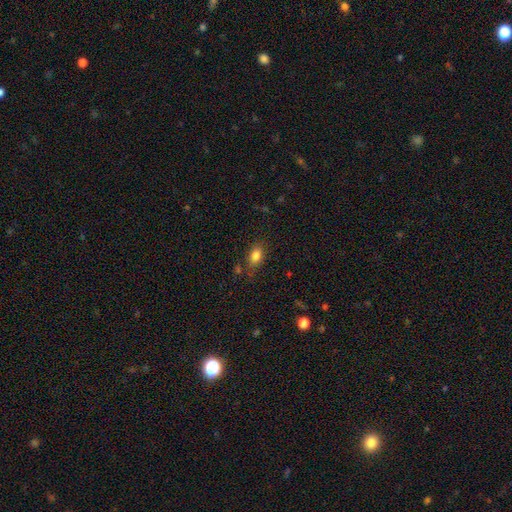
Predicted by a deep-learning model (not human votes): The model was most divided on "merging": none: 74%, minor disturbance: 17%, major disturbance: 5%, merger: 4%. More confident: how rounded — in between (83%); smooth or featured — smooth (83%).